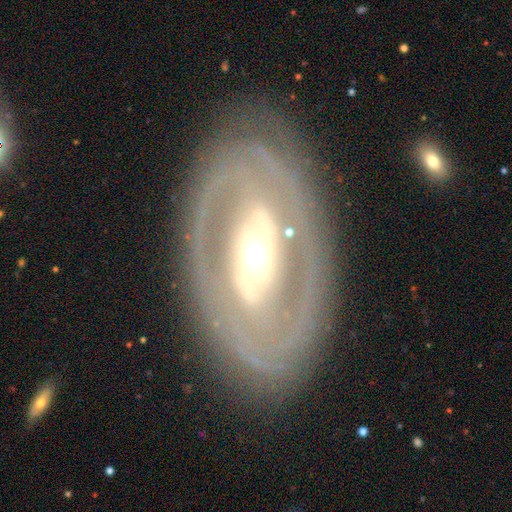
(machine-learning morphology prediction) A featured or disk galaxy (83%) with a strong bar (43%), spiral arms (60%) and a moderate central bulge (64%). Merging: none (78%).